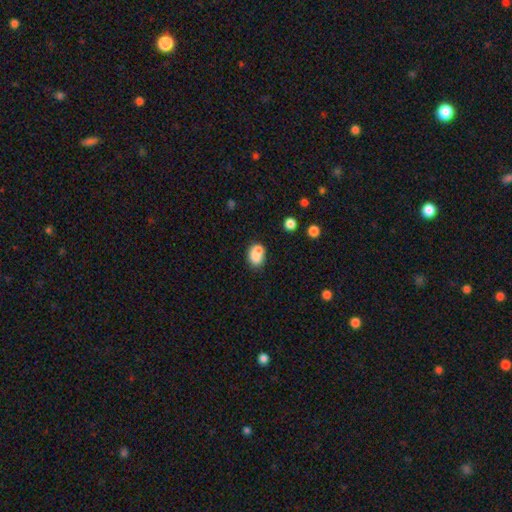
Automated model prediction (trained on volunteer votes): smooth 78%, featured or disk 12%, star or artifact 10%. Down the decision tree: how rounded — in between (67%); merging — none (43%).